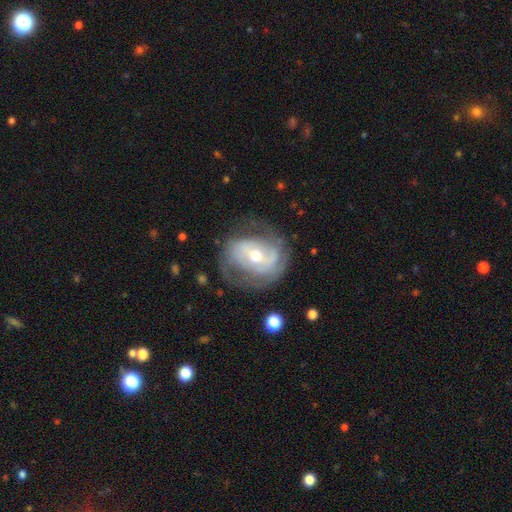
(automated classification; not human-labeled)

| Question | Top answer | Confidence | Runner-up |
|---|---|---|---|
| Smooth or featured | featured or disk | 73% | smooth (20%) |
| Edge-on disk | no | 96% | yes (4%) |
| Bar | no | 39% | weak (37%) |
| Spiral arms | yes | 74% | no (26%) |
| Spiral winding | medium | 39% | tight (38%) |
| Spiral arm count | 2 | 59% | can't tell (25%) |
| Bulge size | moderate | 55% | small (39%) |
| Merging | none | 57% | minor disturbance (22%) |